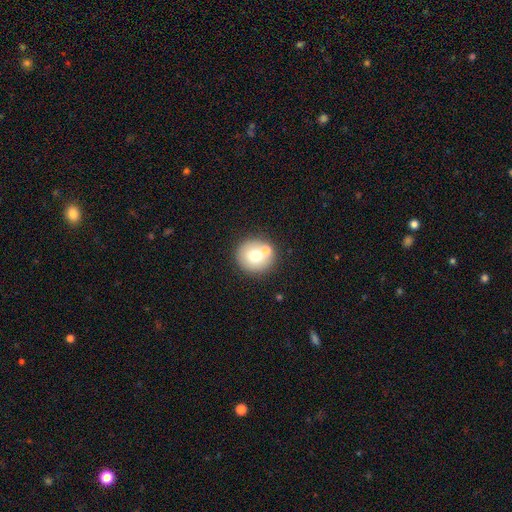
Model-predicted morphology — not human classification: Smooth or featured: smooth — 69% (featured or disk — 21%)
How rounded: round — 91% (in between — 8%)
Merging: none — 68% (merger — 21%)